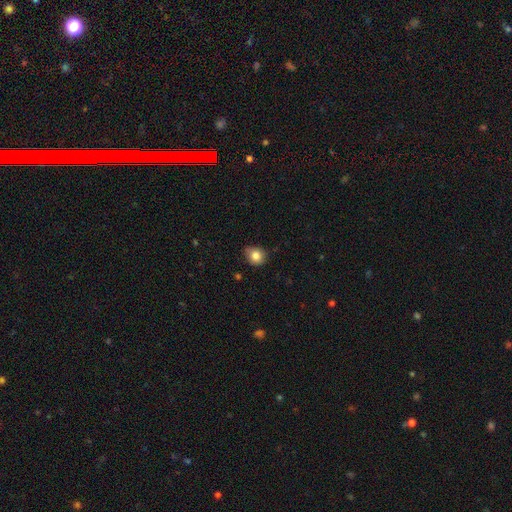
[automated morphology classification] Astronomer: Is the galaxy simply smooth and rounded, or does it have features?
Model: smooth — 83%.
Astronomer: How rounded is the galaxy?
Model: round — 75%.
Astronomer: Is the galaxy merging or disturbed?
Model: none — 72%.